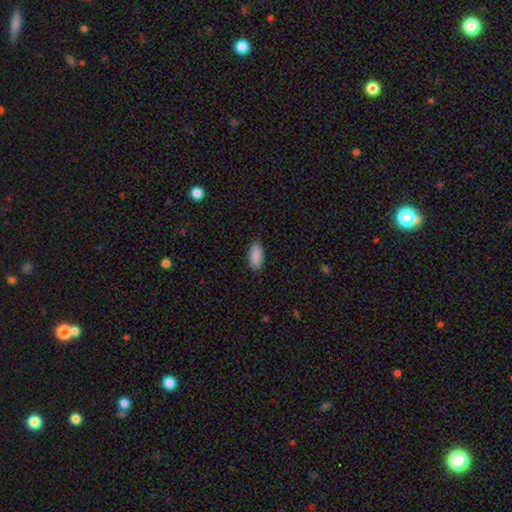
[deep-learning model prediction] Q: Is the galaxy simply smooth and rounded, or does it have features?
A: smooth — 90%.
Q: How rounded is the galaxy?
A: in between — 89%.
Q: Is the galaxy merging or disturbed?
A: none — 87%.